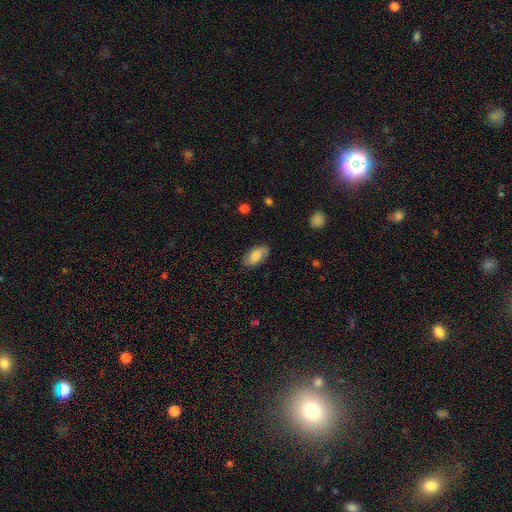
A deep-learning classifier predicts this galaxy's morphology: A smooth galaxy with no disk features (62%) that is in between round and cigar-shaped (92%). Merging: none (83%).